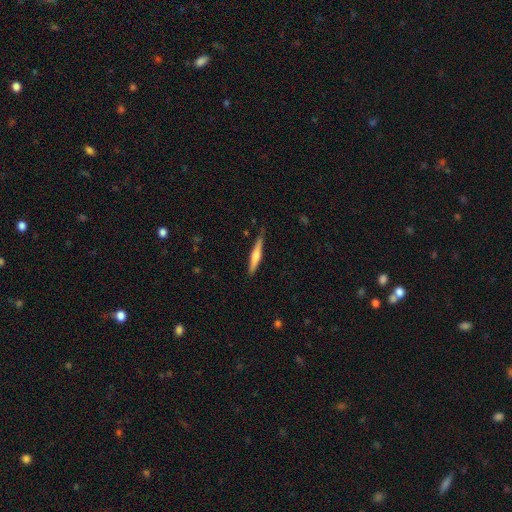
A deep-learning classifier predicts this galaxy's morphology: smooth 48%, featured or disk 46%, star or artifact 5%. Down the decision tree: merging — none (82%).